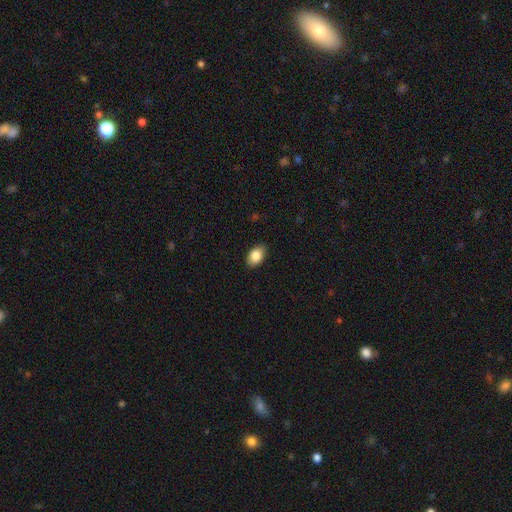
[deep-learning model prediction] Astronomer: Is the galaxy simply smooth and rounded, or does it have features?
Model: smooth — 86%.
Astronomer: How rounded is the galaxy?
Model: in between — 89%.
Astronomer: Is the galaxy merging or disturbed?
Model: none — 87%.